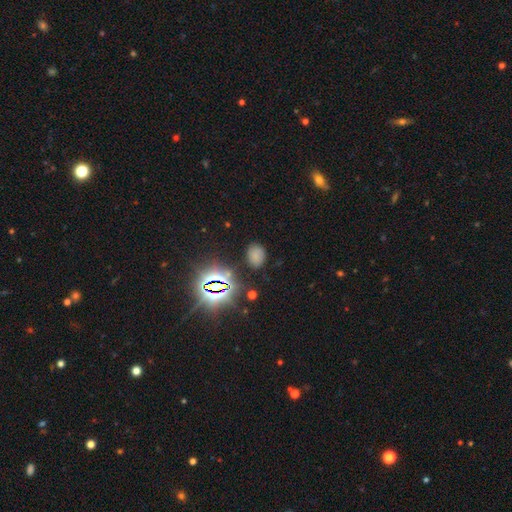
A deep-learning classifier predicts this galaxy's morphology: A smooth galaxy with no disk features (65%) that is in between round and cigar-shaped (72%).

Vote fractions:
- Smooth or featured? smooth: 65% / star or artifact: 28% / featured or disk: 7%
- How rounded? in between: 72% / round: 27% / cigar-shaped: 1%
- Merging? none: 79% / minor disturbance: 14% / major disturbance: 4% / merger: 2%